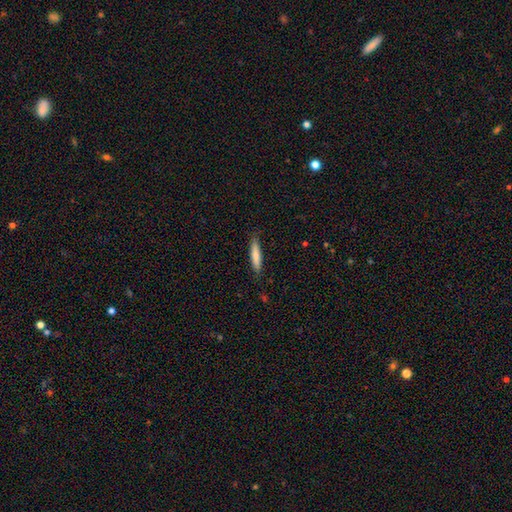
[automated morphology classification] Smooth or featured?
  - smooth: 78% *
  - featured or disk: 16%
  - star or artifact: 6%
How rounded?
  - cigar-shaped: 87% *
  - in between: 12%
  - round: 1%
Merging?
  - none: 86% *
  - minor disturbance: 11%
  - major disturbance: 2%
  - merger: 1%